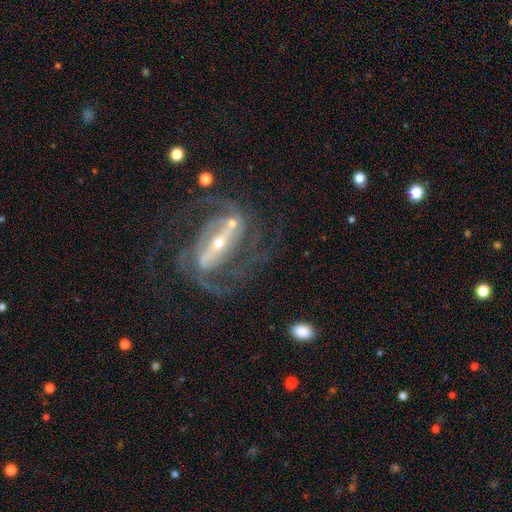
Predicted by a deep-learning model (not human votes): A featured or disk galaxy (88%) with a strong bar (71%), 2 (81%) medium (50%) spiral arms (93%) and a small central bulge (63%).

Vote fractions:
- Smooth or featured? featured or disk: 88% / star or artifact: 6% / smooth: 6%
- Edge-on disk? no: 91% / yes: 9%
- Bar? strong: 71% / weak: 19% / no: 10%
- Spiral arms? yes: 93% / no: 7%
- Spiral winding? medium: 50% / tight: 30% / loose: 20%
- Spiral arm count? 2: 81% / can't tell: 7% / 3: 5% / 1: 3% / 4: 2% / more than 4: 2%
- Bulge size? small: 63% / moderate: 31% / large: 3% / none: 2% / dominant: 1%
- Merging? none: 62% / major disturbance: 17% / minor disturbance: 15% / merger: 7%